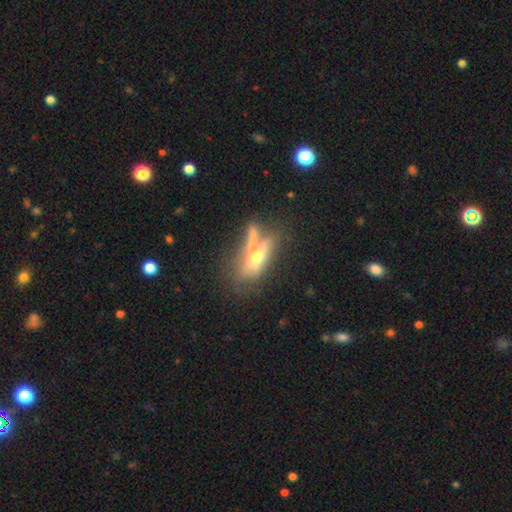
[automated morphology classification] This appears to be a featured or disk galaxy (46%). Merging: none (40%).